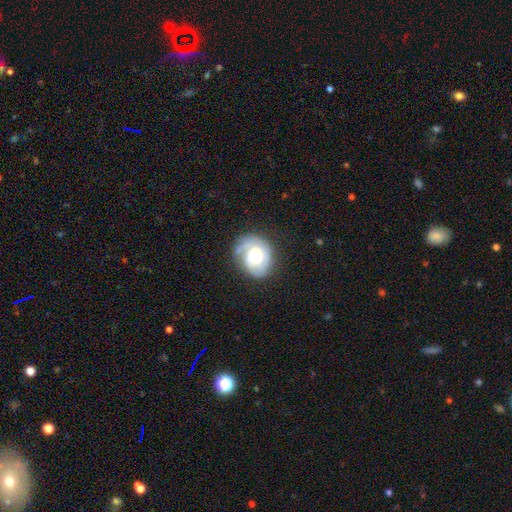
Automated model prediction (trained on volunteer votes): Smooth or featured: featured or disk — 60% (smooth — 33%)
Edge-on disk: no — 97% (yes — 3%)
Bar: no — 73% (weak — 22%)
Spiral arms: yes — 80% (no — 20%)
Bulge size: moderate — 49% (large — 38%)
Merging: none — 64% (minor disturbance — 23%)